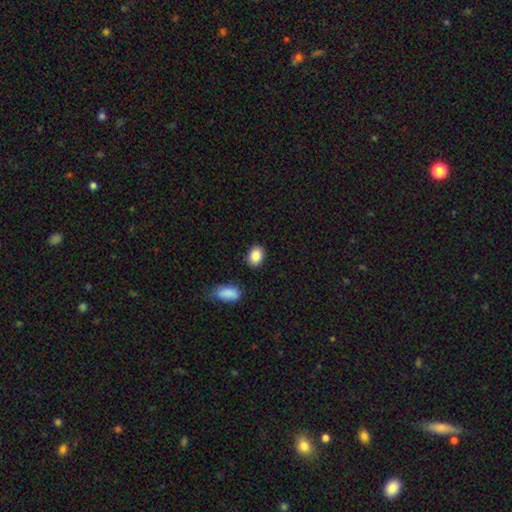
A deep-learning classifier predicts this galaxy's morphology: smooth 88%, star or artifact 8%, featured or disk 4%. Down the decision tree: how rounded — in between (74%); merging — none (85%).